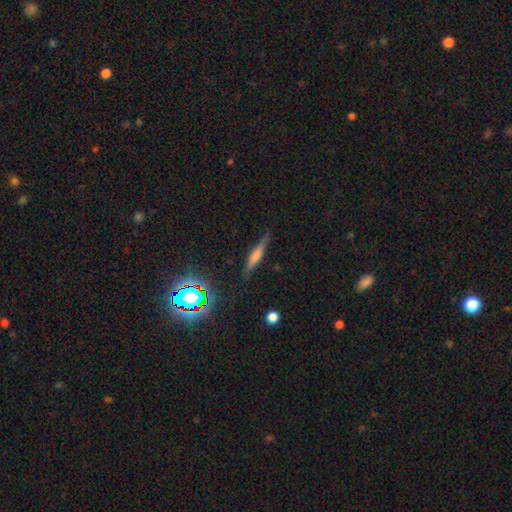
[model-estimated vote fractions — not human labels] Morphology: type=featured or disk (45%); merging=none (83%).